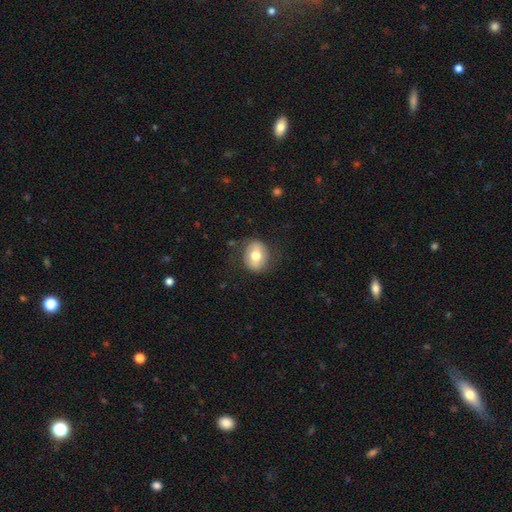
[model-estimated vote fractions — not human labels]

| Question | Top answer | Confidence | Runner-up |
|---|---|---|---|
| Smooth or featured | smooth | 67% | featured or disk (26%) |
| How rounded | in between | 52% | round (47%) |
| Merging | none | 79% | minor disturbance (14%) |